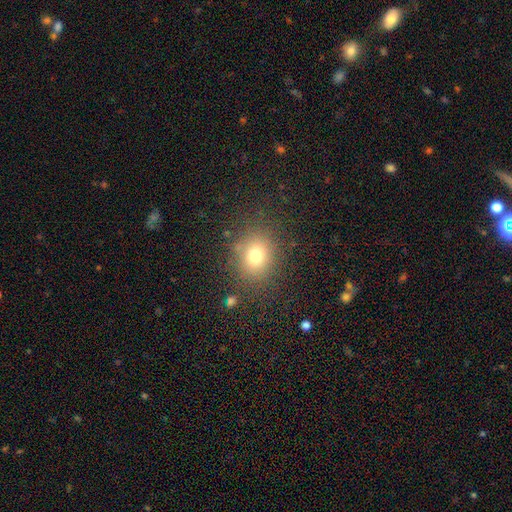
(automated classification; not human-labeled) Smooth or featured? Predicted: smooth (p=0.76). How rounded? Predicted: round (p=0.66). Merging? Predicted: none (p=0.82).